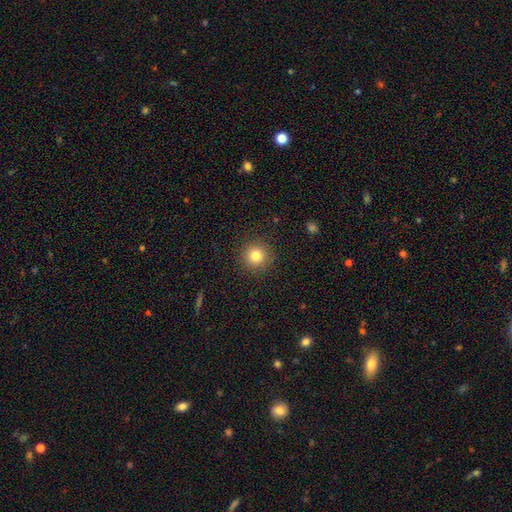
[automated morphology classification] This is clearly a smooth galaxy (81%). How rounded: clearly round (95%). Merging: clearly none (91%).